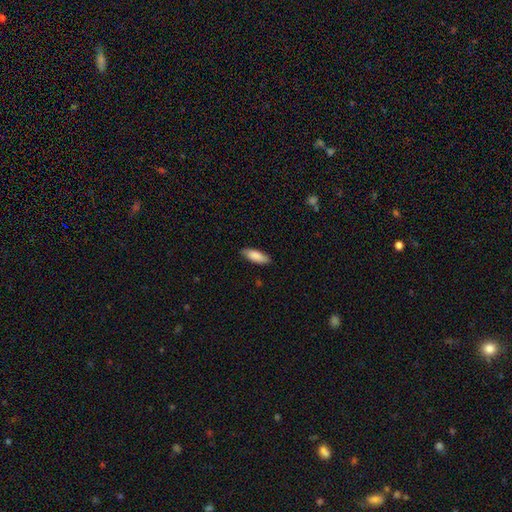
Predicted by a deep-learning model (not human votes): Smooth or featured: smooth — 87% (featured or disk — 7%)
How rounded: in between — 69% (cigar-shaped — 30%)
Merging: none — 86% (minor disturbance — 11%)